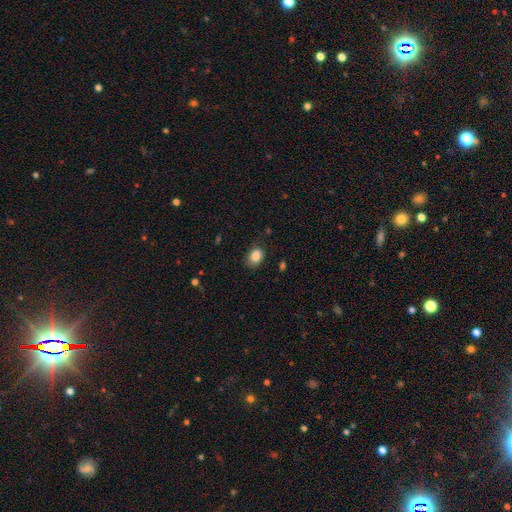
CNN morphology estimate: A smooth galaxy with no disk features (87%) that is in between round and cigar-shaped (70%). Merging: none (73%).